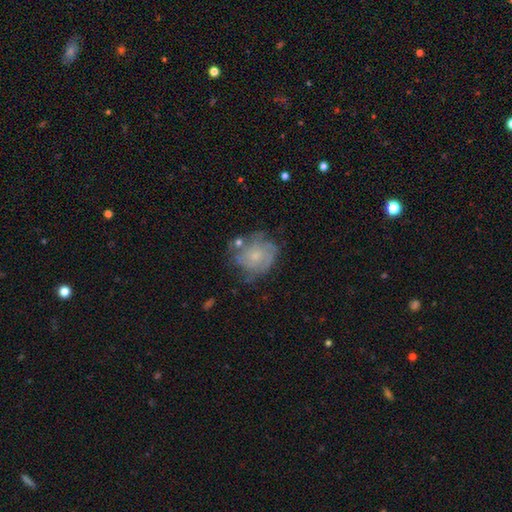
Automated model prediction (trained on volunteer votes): Q: Smooth or featured?
A: featured or disk (64%); runner-up: smooth (28%)
Q: Edge-on disk?
A: no (98%); runner-up: yes (2%)
Q: Bar?
A: no (79%); runner-up: weak (19%)
Q: Spiral arms?
A: yes (78%); runner-up: no (22%)
Q: Bulge size?
A: small (61%); runner-up: moderate (27%)
Q: Merging?
A: none (57%); runner-up: minor disturbance (24%)